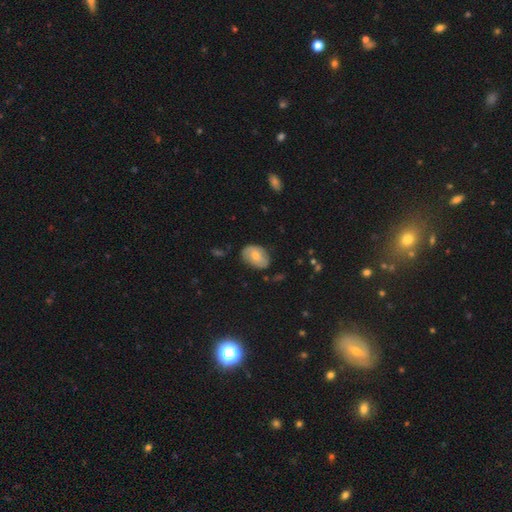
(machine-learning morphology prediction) type=smooth (64%); roundness=in between (83%); merging=none (72%).